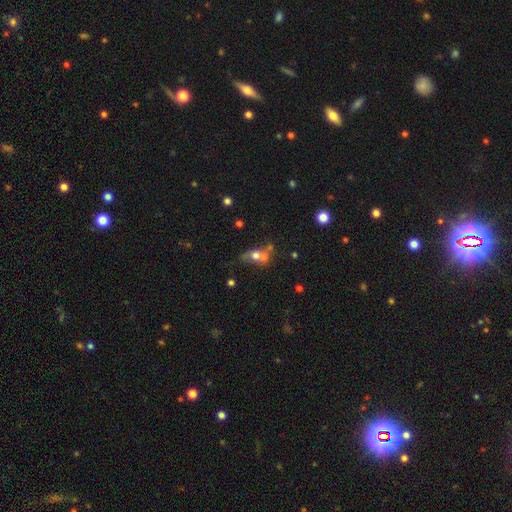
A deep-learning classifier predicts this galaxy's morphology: type=smooth (58%); roundness=in between (61%); merging=merger (37%).